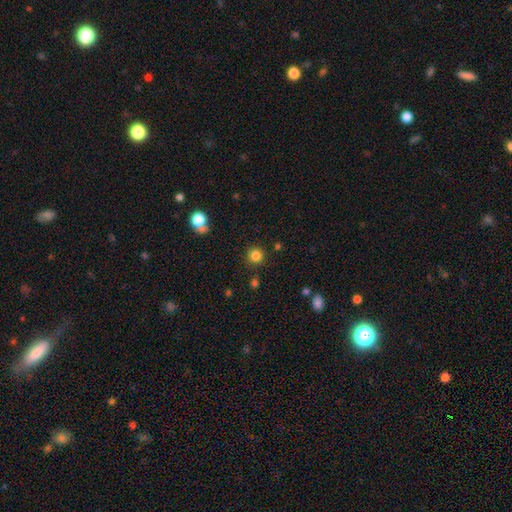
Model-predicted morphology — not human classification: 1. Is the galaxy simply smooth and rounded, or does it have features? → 83% smooth, 12% star or artifact, 5% featured or disk.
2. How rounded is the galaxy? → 93% round, 6% in between, 1% cigar-shaped.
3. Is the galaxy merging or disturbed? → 87% none, 7% minor disturbance, 3% major disturbance, 3% merger.